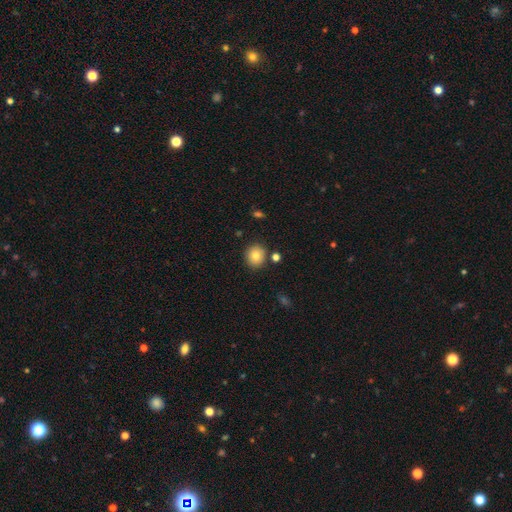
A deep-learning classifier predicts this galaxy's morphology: Smooth or featured? Predicted: smooth (p=0.80). How rounded? Predicted: round (p=0.83). Merging? Predicted: none (p=0.85).